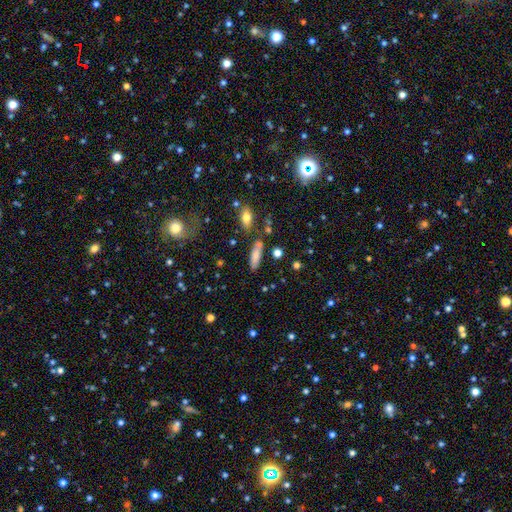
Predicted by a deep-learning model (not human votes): smooth 79%, featured or disk 12%, star or artifact 9%. Down the decision tree: how rounded — in between (49%); merging — none (70%).